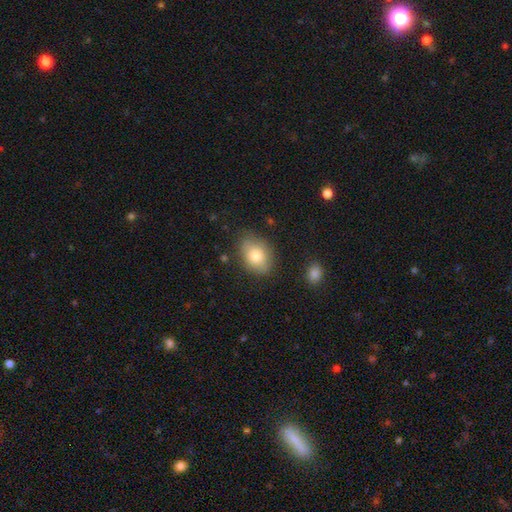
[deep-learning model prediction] Overall: smooth (79%). How rounded: in between (76%). Merging: none (79%).